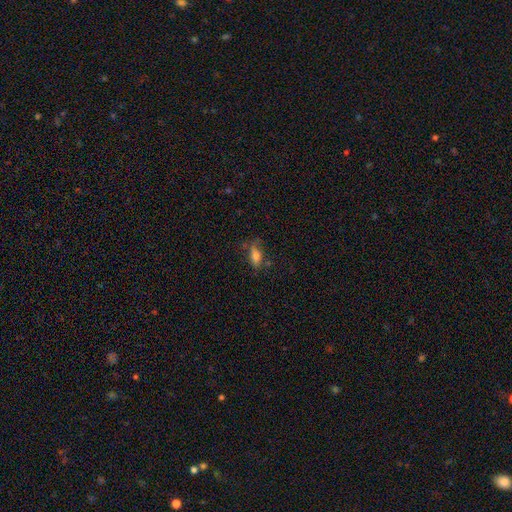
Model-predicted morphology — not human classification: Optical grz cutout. It shows a smooth galaxy with no disk features (74%) that is in between round and cigar-shaped (79%). Merging: none (56%).